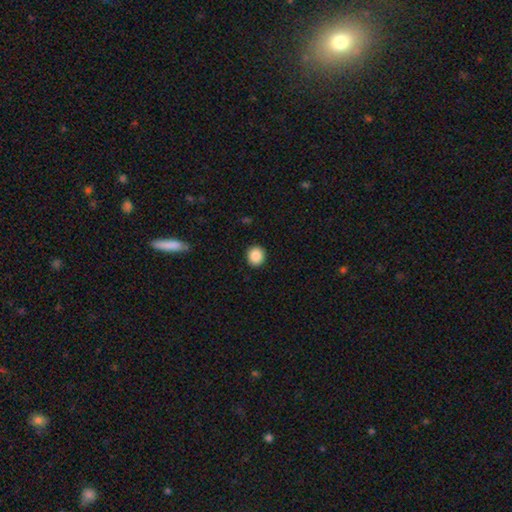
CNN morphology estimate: Q: Smooth or featured?
A: smooth (88%); runner-up: star or artifact (9%)
Q: How rounded?
A: round (88%); runner-up: in between (11%)
Q: Merging?
A: none (92%); runner-up: minor disturbance (6%)